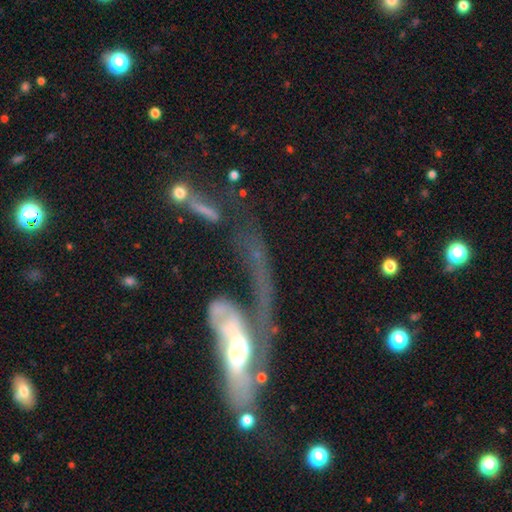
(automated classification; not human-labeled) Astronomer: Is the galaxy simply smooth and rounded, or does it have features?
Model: featured or disk — 64%.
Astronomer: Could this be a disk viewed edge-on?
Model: no — 73%.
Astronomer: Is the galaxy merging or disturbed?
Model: major disturbance — 46%.